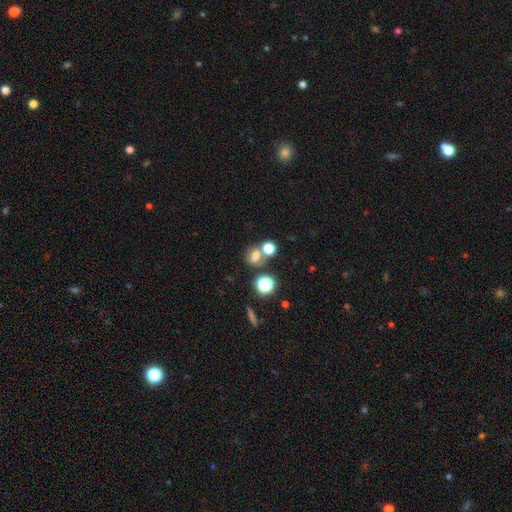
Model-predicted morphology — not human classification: A smooth galaxy with no disk features (62%) that is round (52%). Merging: none (45%).